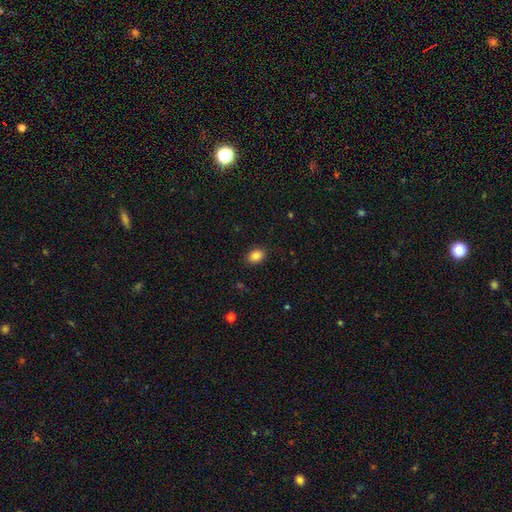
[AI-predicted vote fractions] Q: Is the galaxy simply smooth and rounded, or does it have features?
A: smooth — 86%.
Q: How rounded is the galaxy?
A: in between — 70%.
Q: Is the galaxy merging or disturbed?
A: none — 87%.